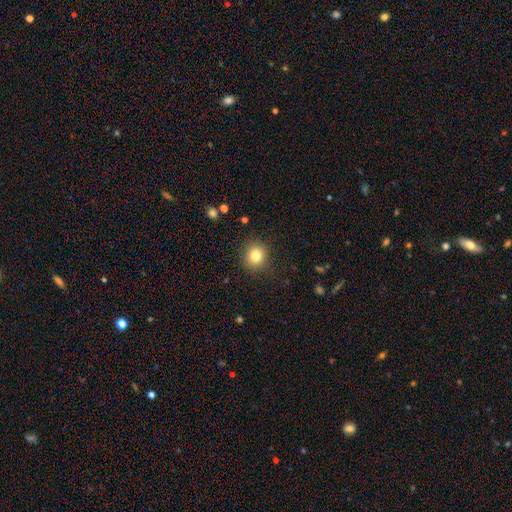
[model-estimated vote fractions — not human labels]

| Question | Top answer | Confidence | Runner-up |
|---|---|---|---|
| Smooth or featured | smooth | 81% | star or artifact (11%) |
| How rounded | round | 86% | in between (13%) |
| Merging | none | 88% | minor disturbance (8%) |